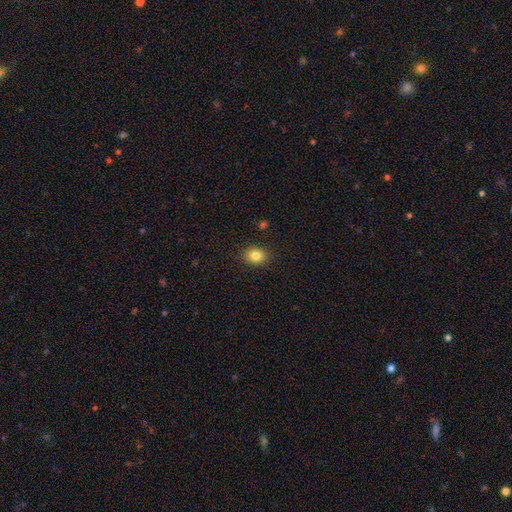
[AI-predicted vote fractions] smooth 83%, star or artifact 11%, featured or disk 6%. Down the decision tree: how rounded — round (52%); merging — none (88%).